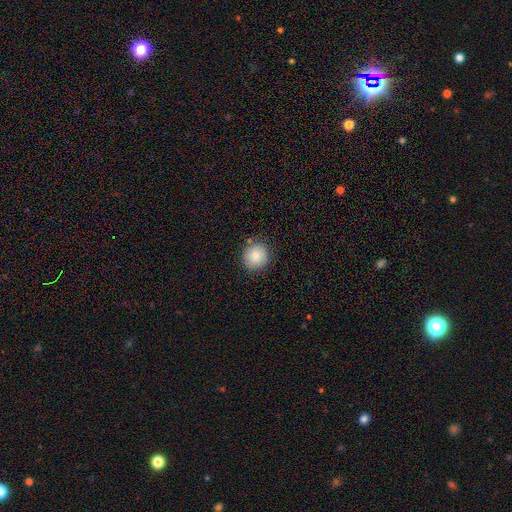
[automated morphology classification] A smooth galaxy with no disk features (86%) that is round (89%). Merging: none (86%).